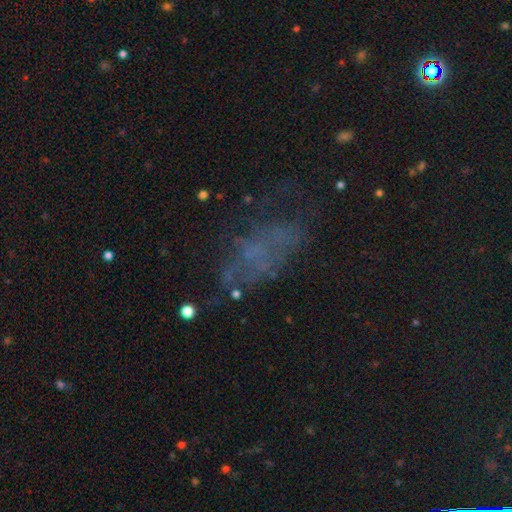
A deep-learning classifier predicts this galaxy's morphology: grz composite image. It shows a featured or disk galaxy (46%). Merging: none (46%).